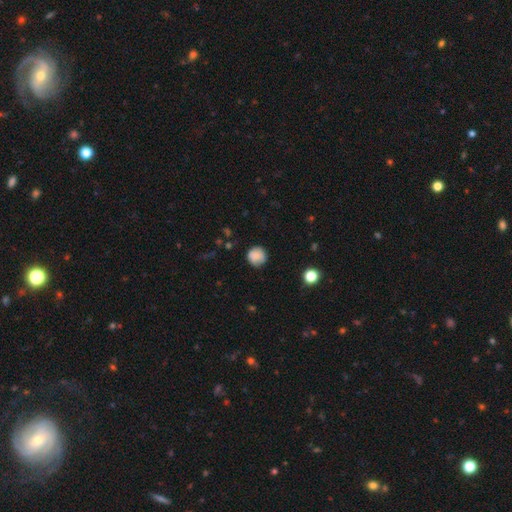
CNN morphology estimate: The model was most divided on "merging": none: 77%, minor disturbance: 17%, major disturbance: 4%, merger: 2%. More confident: how rounded — round (91%); smooth or featured — smooth (84%).